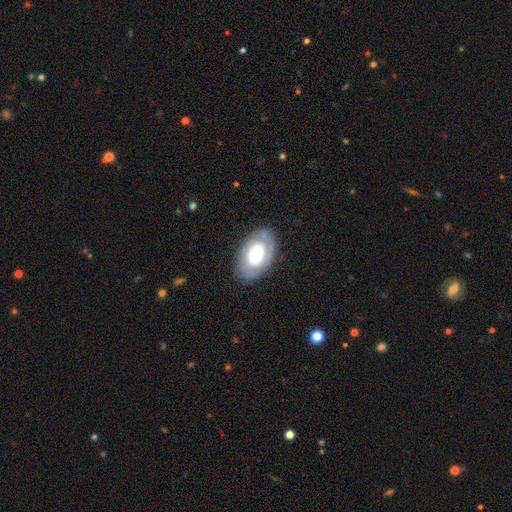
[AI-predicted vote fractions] Overall: smooth (48%; featured or disk 45%). Merging: none (80%).